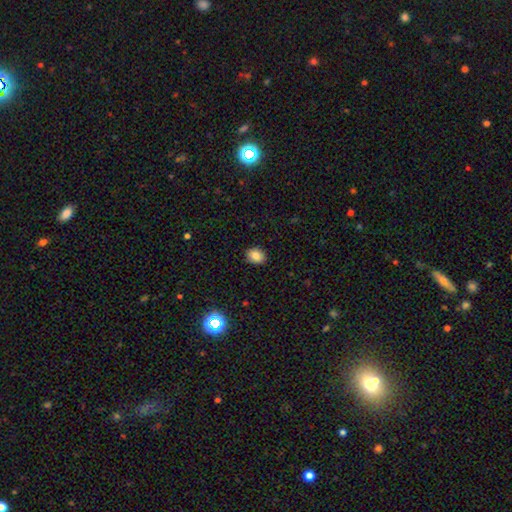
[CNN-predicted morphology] type=smooth (84%); roundness=in between (51%); merging=none (89%).